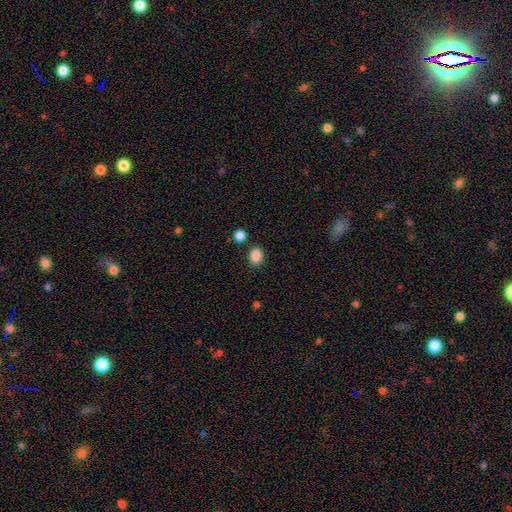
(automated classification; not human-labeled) Overall: smooth (87%). How rounded: in between (59%; round 40%). Merging: none (79%).